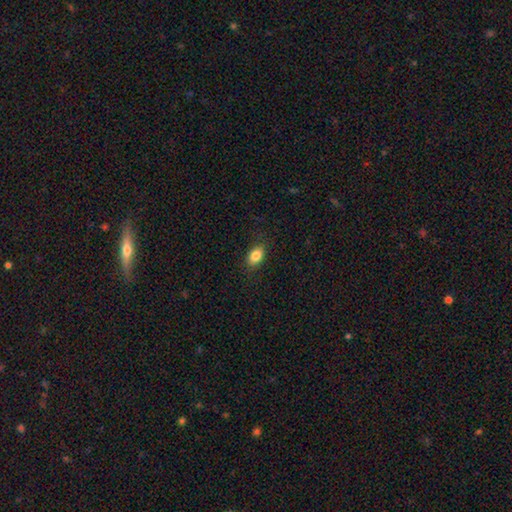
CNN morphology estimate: smooth_or_featured: smooth (p=0.85) [alt: star or artifact p=0.08]
how_rounded: in between (p=0.88) [alt: round p=0.10]
merging: none (p=0.86) [alt: minor disturbance p=0.10]